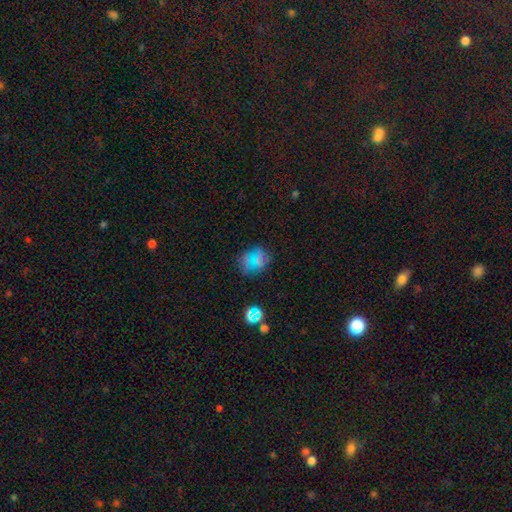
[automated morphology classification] smooth 39%, star or artifact 37%, featured or disk 23%. Down the decision tree: merging — none (63%).